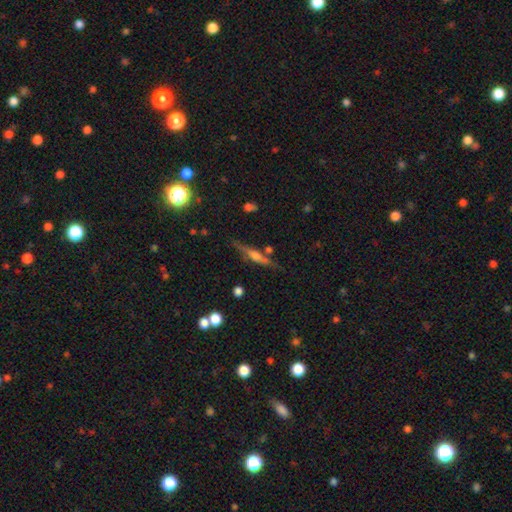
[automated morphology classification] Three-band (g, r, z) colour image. It shows a featured or disk galaxy (67%) viewed edge-on (95%) with a rounded central bulge (75%). Merging: none (80%).